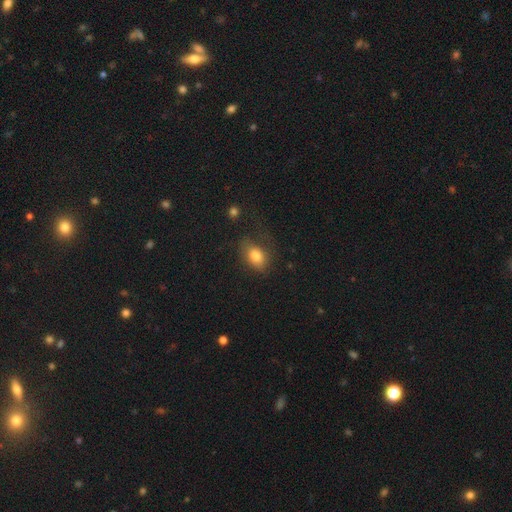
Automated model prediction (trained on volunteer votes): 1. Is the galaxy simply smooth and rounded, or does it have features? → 80% smooth, 11% featured or disk, 9% star or artifact.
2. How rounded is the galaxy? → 78% in between, 20% round, 2% cigar-shaped.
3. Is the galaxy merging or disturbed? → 56% none, 24% minor disturbance, 17% major disturbance, 3% merger.